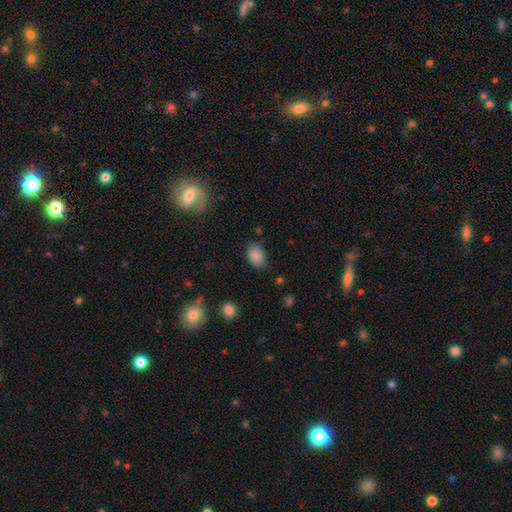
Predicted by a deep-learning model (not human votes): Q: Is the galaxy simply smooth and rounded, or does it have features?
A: smooth — 86%.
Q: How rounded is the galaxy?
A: in between — 76%.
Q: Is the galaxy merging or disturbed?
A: none — 74%.